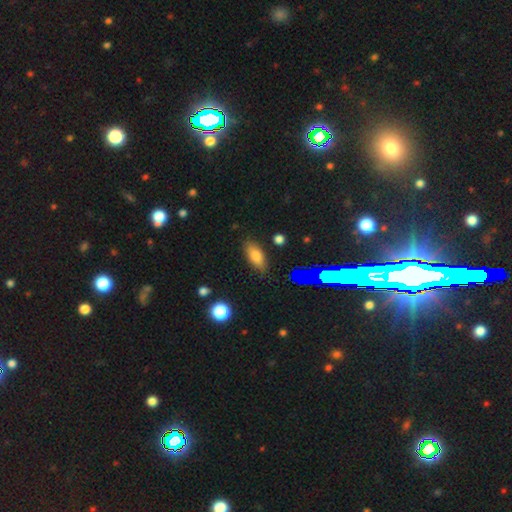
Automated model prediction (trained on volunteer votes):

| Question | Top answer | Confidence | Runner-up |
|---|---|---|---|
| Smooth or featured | smooth | 75% | featured or disk (13%) |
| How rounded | in between | 82% | cigar-shaped (14%) |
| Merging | none | 83% | minor disturbance (12%) |